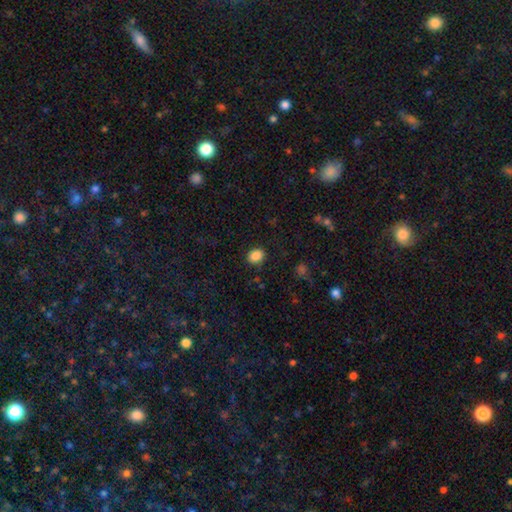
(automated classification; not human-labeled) smooth 87%, star or artifact 9%, featured or disk 4%. Down the decision tree: how rounded — round (55%); merging — none (88%).